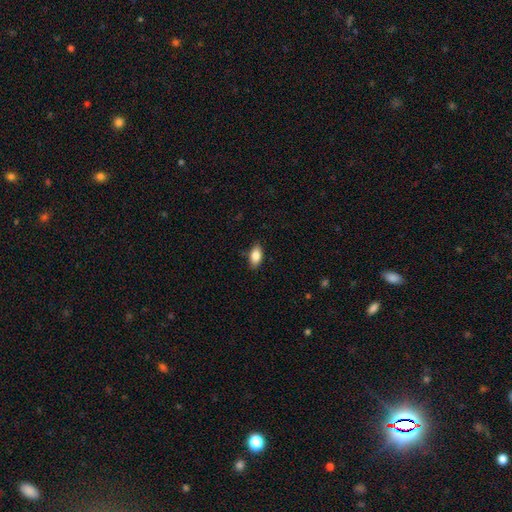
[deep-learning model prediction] Morphology: type=smooth (85%); roundness=in between (91%); merging=none (86%).